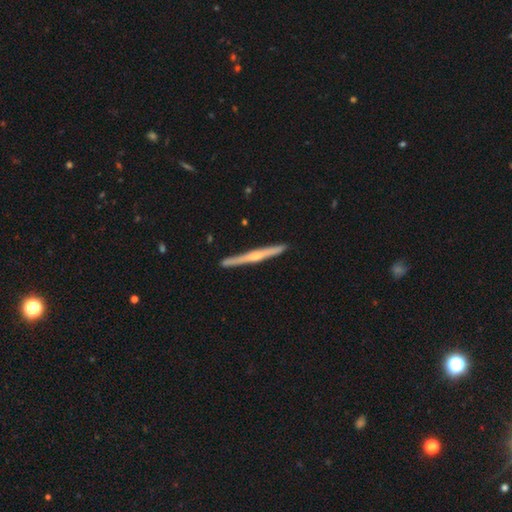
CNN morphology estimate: smooth_or_featured: featured or disk (p=0.73) [alt: smooth p=0.22]
disk_edge_on: yes (p=0.98) [alt: no p=0.02]
edge_on_bulge: rounded (p=0.73) [alt: none p=0.21]
merging: none (p=0.91) [alt: minor disturbance p=0.07]